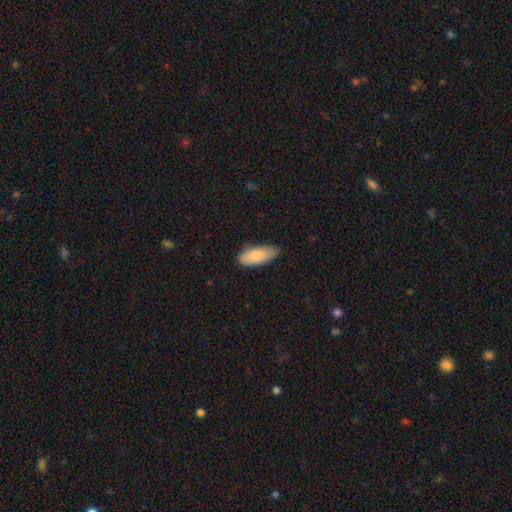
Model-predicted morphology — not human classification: smooth-or-featured: smooth: 86% | featured or disk: 8% | star or artifact: 6%
  how-rounded: in between: 83% | cigar-shaped: 15% | round: 2%
  merging: none: 80% | minor disturbance: 16% | major disturbance: 2% | merger: 1%